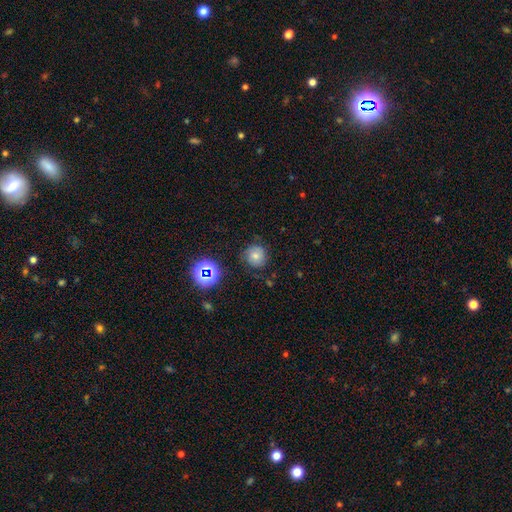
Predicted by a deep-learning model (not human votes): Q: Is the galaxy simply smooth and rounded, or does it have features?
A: smooth — 55%.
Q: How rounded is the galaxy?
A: round — 90%.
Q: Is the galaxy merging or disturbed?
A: none — 76%.